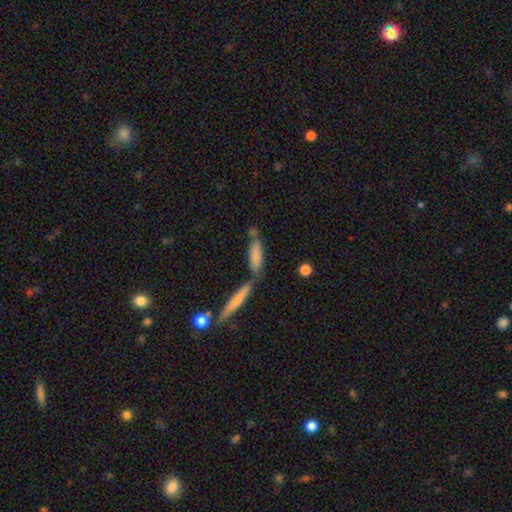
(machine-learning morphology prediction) A smooth galaxy with no disk features (77%) that is cigar-shaped (64%). Merging: none (53%).